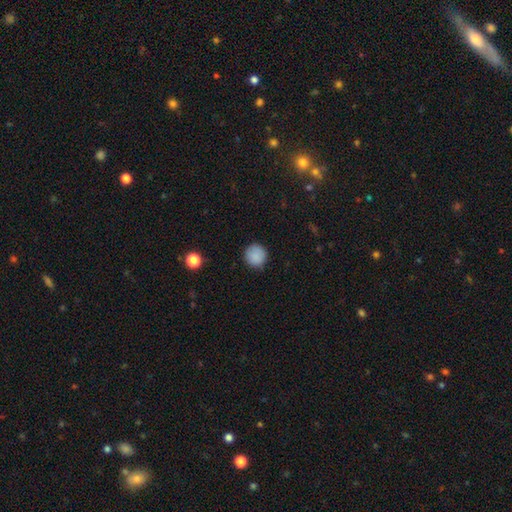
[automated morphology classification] smooth_or_featured: smooth (p=0.88) [alt: star or artifact p=0.09]
how_rounded: round (p=0.94) [alt: in between p=0.05]
merging: none (p=0.88) [alt: minor disturbance p=0.09]